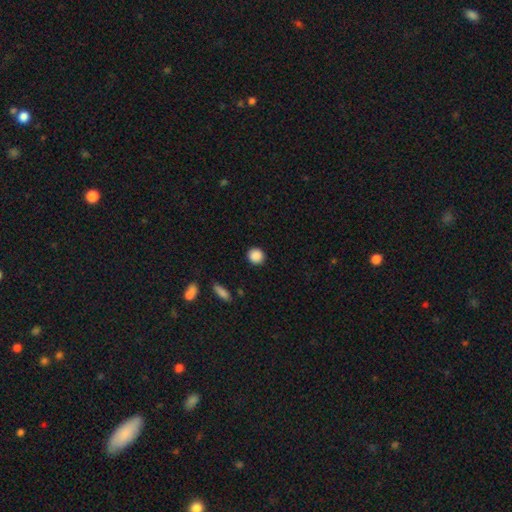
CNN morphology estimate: smooth 88%, star or artifact 9%, featured or disk 3%. Down the decision tree: how rounded — round (89%); merging — none (90%).